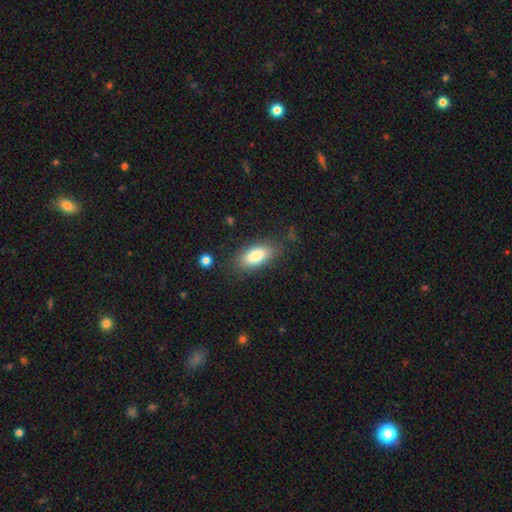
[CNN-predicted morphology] Smooth or featured? smooth (82%)
How rounded? in between (85%)
Merging? none (81%)